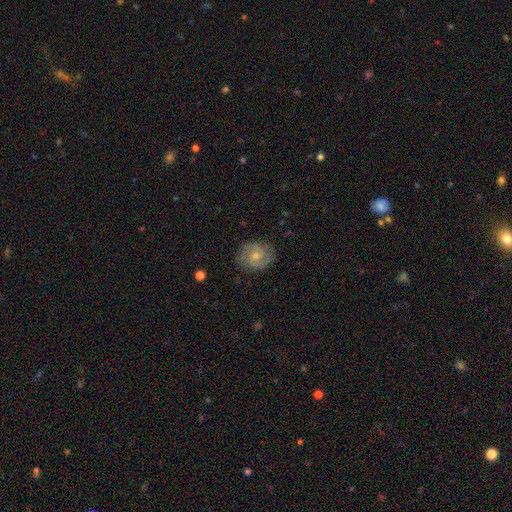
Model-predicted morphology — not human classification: Smooth or featured?
  - featured or disk: 61% *
  - smooth: 32%
  - star or artifact: 7%
Edge-on disk?
  - no: 97% *
  - yes: 3%
Bar?
  - no: 65% *
  - weak: 31%
  - strong: 4%
Spiral arms?
  - yes: 88% *
  - no: 12%
Spiral winding?
  - medium: 43% * (tied)
  - tight: 43% * (tied)
  - loose: 14%
Spiral arm count?
  - 2: 70% *
  - can't tell: 16%
  - 3: 7%
  - 1: 3%
  - 4: 2%
  - more than 4: 2%
Bulge size?
  - moderate: 51% *
  - small: 41%
  - none: 3%
  - large: 3%
  - dominant: 1%
Merging?
  - none: 77% *
  - minor disturbance: 17%
  - major disturbance: 5%
  - merger: 1%